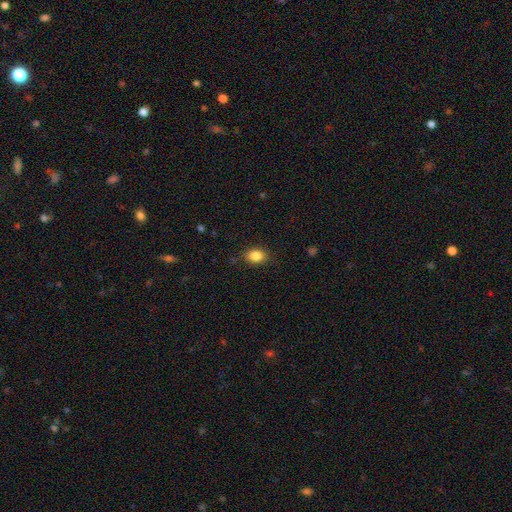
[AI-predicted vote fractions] Q: Smooth or featured?
A: smooth (86%); runner-up: star or artifact (9%)
Q: How rounded?
A: in between (71%); runner-up: round (28%)
Q: Merging?
A: none (84%); runner-up: minor disturbance (12%)